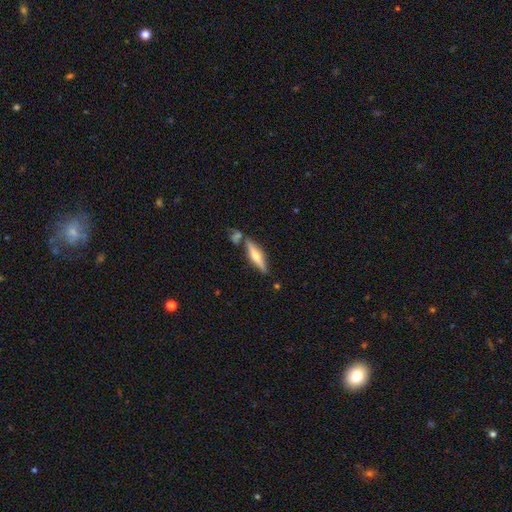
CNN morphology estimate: Smooth or featured?
  - featured or disk: 61% *
  - smooth: 33%
  - star or artifact: 6%
Edge-on disk?
  - yes: 95% *
  - no: 5%
Edge-on bulge?
  - rounded: 88% *
  - boxy: 7%
  - none: 5%
Merging?
  - none: 74% *
  - merger: 12%
  - minor disturbance: 11%
  - major disturbance: 3%